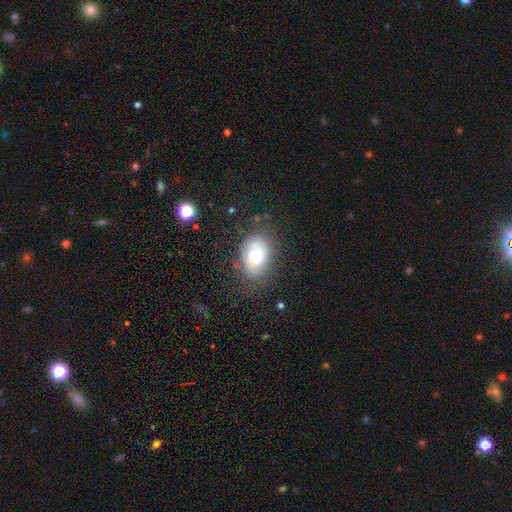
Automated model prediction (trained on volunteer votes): This is possibly a smooth galaxy (51%). How rounded: clearly in between (85%). Merging: likely none (66%).